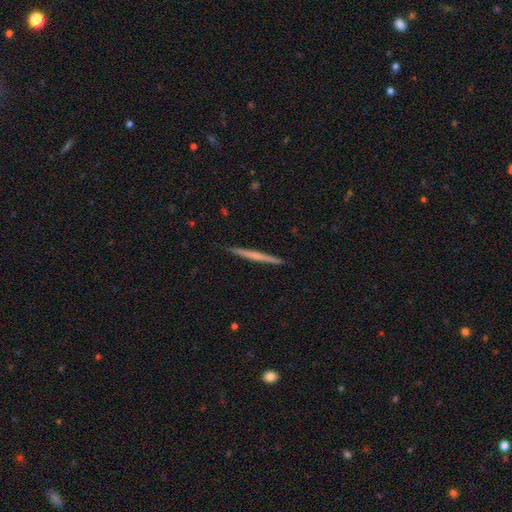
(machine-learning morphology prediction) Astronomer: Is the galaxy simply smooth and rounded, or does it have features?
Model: featured or disk — 48% (runner-up: smooth, 47%).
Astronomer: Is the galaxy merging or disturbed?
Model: none — 92%.